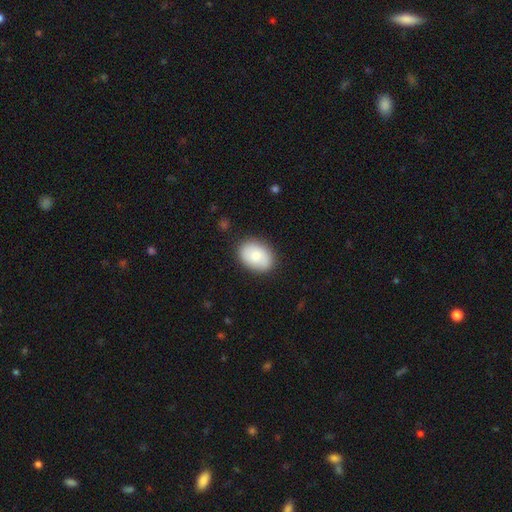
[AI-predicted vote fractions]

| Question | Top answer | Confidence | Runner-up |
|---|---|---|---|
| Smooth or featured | smooth | 76% | featured or disk (18%) |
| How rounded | in between | 75% | round (24%) |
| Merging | none | 85% | minor disturbance (11%) |